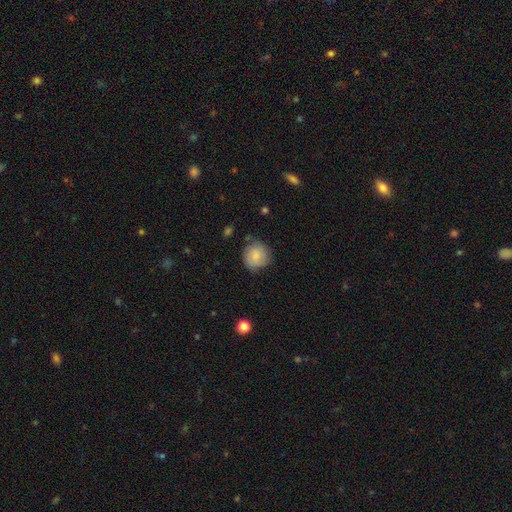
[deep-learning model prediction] Smooth or featured? smooth (80%)
How rounded? round (87%)
Merging? none (71%)